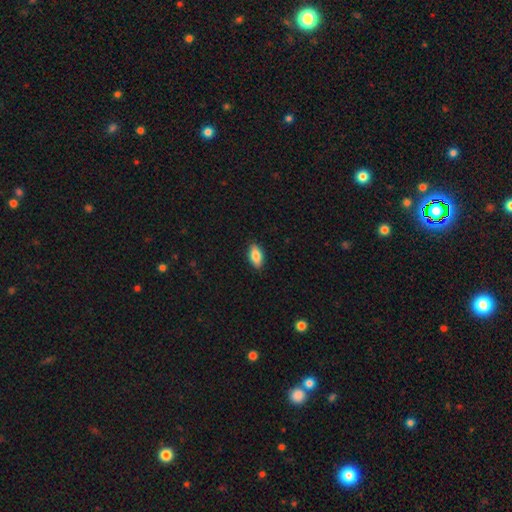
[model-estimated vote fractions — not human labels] A smooth galaxy with no disk features (83%) that is in between round and cigar-shaped (90%). Merging: none (88%).